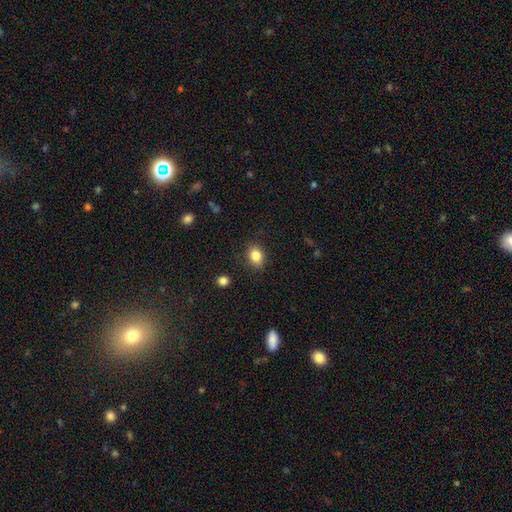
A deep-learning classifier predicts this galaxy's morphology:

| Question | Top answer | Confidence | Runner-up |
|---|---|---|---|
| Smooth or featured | smooth | 84% | star or artifact (9%) |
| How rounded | in between | 68% | round (31%) |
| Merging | none | 84% | minor disturbance (12%) |